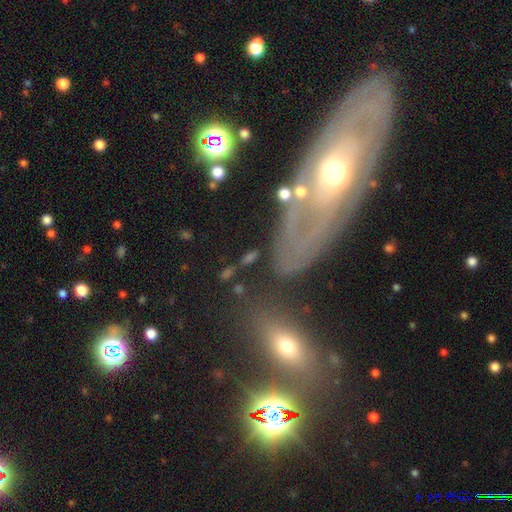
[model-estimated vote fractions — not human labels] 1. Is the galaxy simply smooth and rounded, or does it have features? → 58% featured or disk, 26% smooth, 16% star or artifact.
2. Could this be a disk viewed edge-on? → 69% no, 31% yes.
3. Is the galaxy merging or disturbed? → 74% none, 14% minor disturbance, 6% merger, 6% major disturbance.